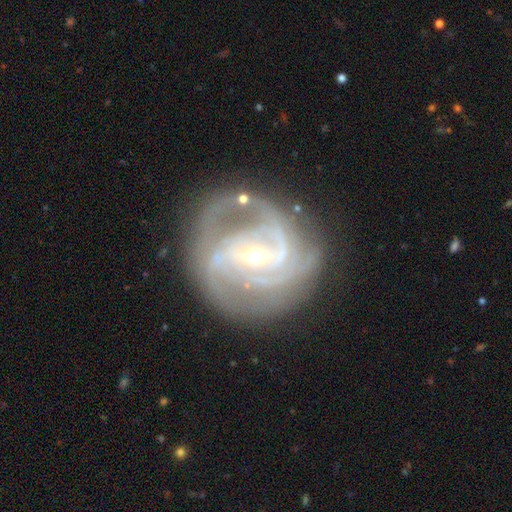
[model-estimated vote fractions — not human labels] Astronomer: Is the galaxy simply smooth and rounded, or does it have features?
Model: featured or disk — 89%.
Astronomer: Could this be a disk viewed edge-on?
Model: no — 97%.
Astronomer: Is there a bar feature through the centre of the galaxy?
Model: weak — 42% (runner-up: strong, 35%).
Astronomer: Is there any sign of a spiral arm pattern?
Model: yes — 97%.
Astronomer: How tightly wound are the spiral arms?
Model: tight — 46% (runner-up: medium, 43%).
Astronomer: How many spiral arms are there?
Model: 2 — 33% (runner-up: 3, 28%).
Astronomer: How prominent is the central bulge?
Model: small — 72%.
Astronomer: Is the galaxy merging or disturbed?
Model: none — 67%.